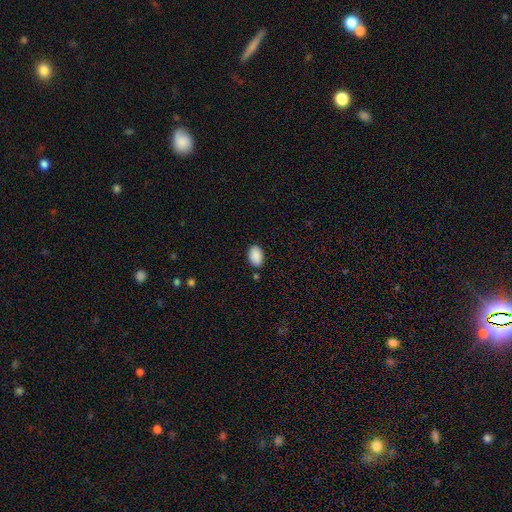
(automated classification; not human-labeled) This appears to be a smooth galaxy with no disk features (90%) that is in between round and cigar-shaped (90%). Merging: none (83%).